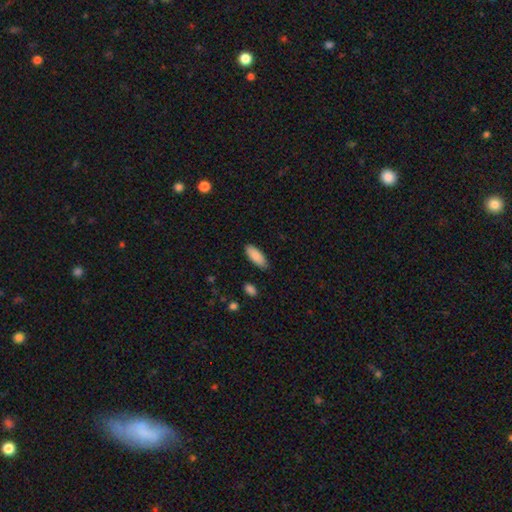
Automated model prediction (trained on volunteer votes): Smooth or featured: smooth — 88% (star or artifact — 6%)
How rounded: in between — 74% (cigar-shaped — 24%)
Merging: none — 86% (minor disturbance — 10%)